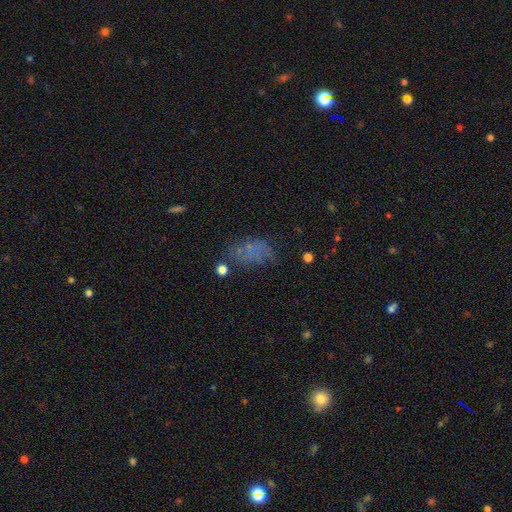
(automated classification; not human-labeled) smooth_or_featured: smooth (p=0.47) [alt: star or artifact p=0.31]
merging: none (p=0.52) [alt: minor disturbance p=0.22]